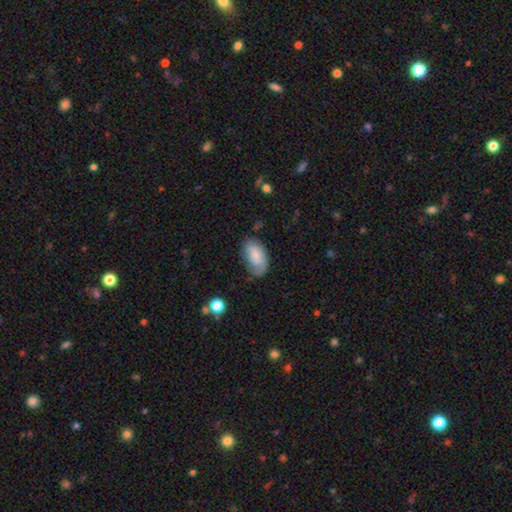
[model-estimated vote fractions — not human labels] Morphology: type=smooth (72%); roundness=in between (93%); merging=none (61%).